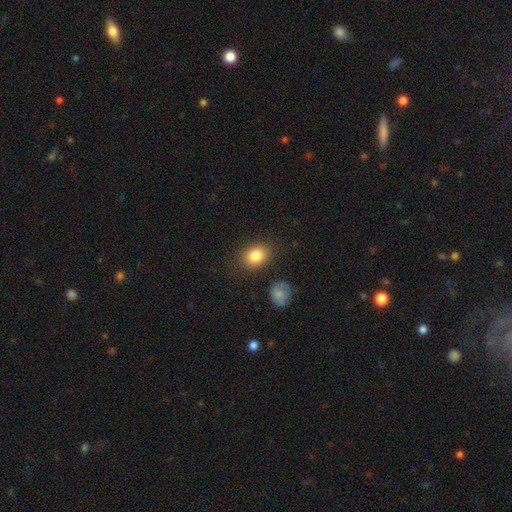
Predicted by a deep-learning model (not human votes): A smooth galaxy with no disk features (84%) that is in between round and cigar-shaped (69%).

Vote fractions:
- Smooth or featured? smooth: 84% / star or artifact: 8% / featured or disk: 8%
- How rounded? in between: 69% / round: 30% / cigar-shaped: 1%
- Merging? none: 80% / minor disturbance: 12% / major disturbance: 4% / merger: 3%